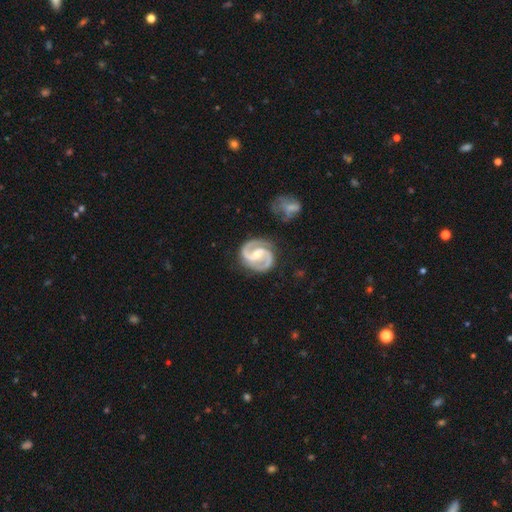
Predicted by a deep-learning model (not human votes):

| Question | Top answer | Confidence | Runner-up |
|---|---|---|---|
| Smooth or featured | featured or disk | 93% | star or artifact (4%) |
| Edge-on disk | no | 98% | yes (2%) |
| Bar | weak | 46% | strong (29%) |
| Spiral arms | yes | 98% | no (2%) |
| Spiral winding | medium | 60% | tight (30%) |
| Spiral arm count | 2 | 94% | can't tell (2%) |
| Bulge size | moderate | 52% | small (40%) |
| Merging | none | 77% | minor disturbance (15%) |